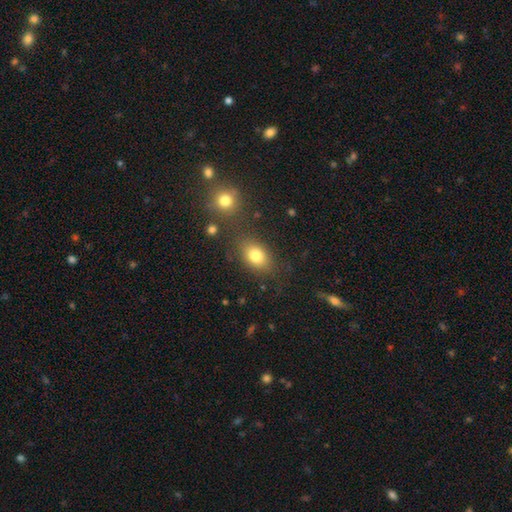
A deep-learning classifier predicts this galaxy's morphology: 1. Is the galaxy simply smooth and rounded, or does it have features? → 80% smooth, 10% star or artifact, 9% featured or disk.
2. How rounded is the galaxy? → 76% in between, 22% round, 2% cigar-shaped.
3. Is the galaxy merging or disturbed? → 74% none, 13% minor disturbance, 8% merger, 5% major disturbance.